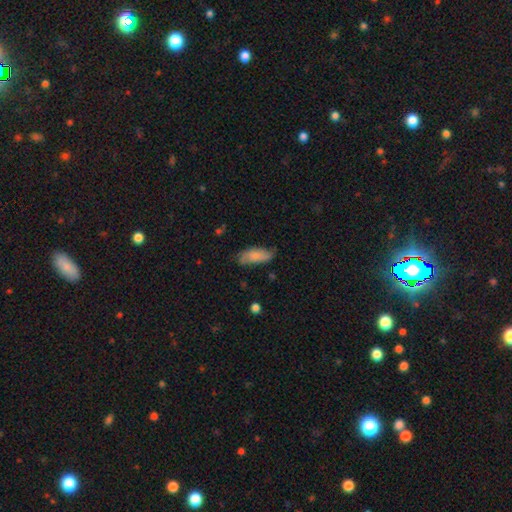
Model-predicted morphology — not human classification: smooth-or-featured: smooth: 79% | featured or disk: 15% | star or artifact: 7%
  how-rounded: in between: 76% | cigar-shaped: 22% | round: 2%
  merging: none: 64% | minor disturbance: 27% | major disturbance: 7% | merger: 2%